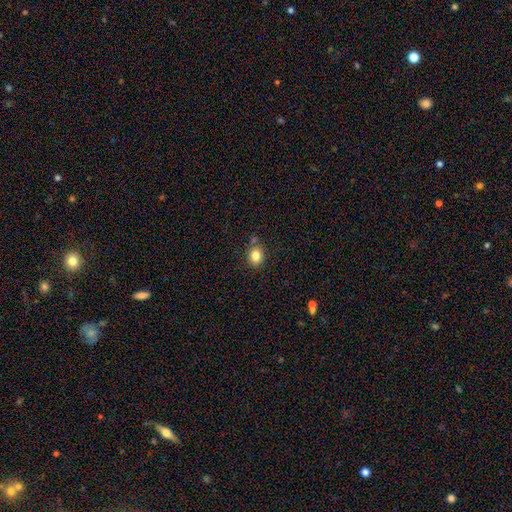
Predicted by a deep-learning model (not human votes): Morphology: type=smooth (83%); roundness=round (63%); merging=none (77%).